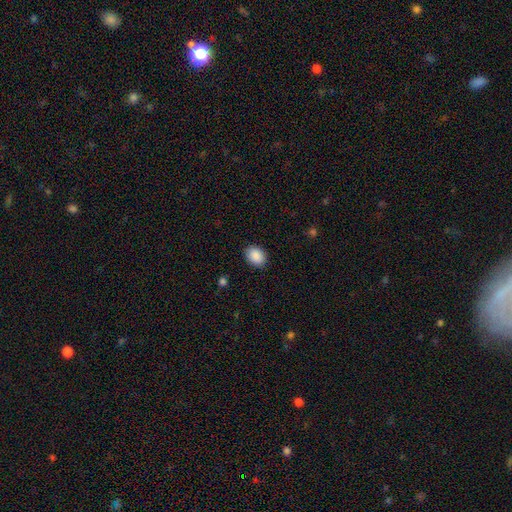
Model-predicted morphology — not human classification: smooth-or-featured: smooth: 89% | star or artifact: 8% | featured or disk: 3%
  how-rounded: in between: 70% | round: 29% | cigar-shaped: 1%
  merging: none: 88% | minor disturbance: 9% | major disturbance: 2% | merger: 1%